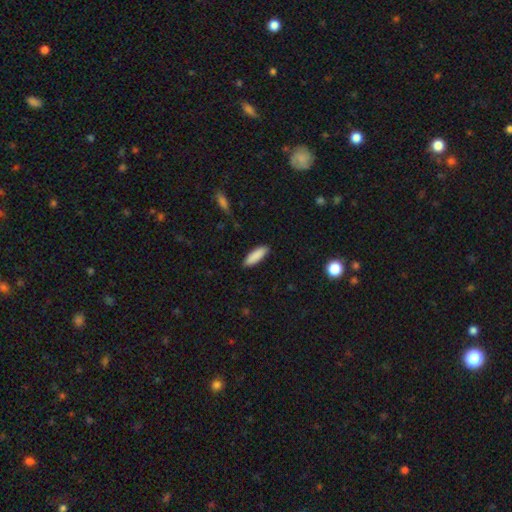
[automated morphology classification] Smooth or featured? smooth (89%)
How rounded? in between (58%)
Merging? none (87%)